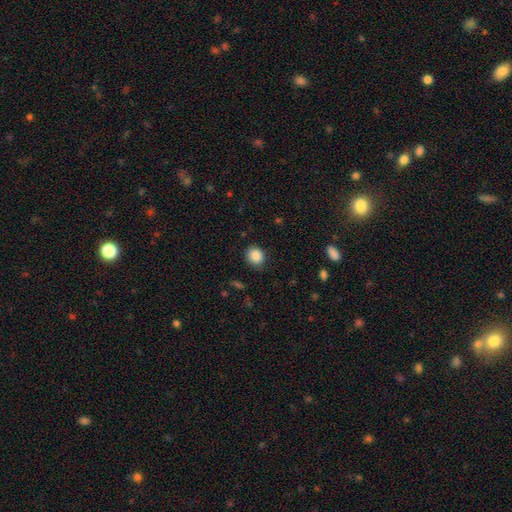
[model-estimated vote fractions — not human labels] This is clearly a smooth galaxy (87%). How rounded: likely round (74%). Merging: clearly none (82%).